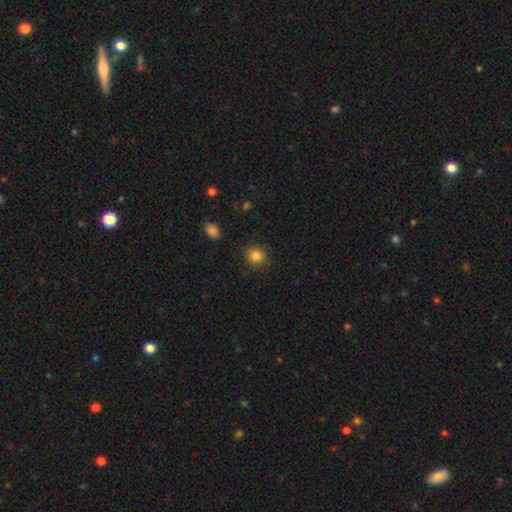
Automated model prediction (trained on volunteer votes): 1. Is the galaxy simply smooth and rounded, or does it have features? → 84% smooth, 11% star or artifact, 5% featured or disk.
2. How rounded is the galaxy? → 87% round, 12% in between, 1% cigar-shaped.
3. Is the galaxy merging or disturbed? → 88% none, 8% minor disturbance, 2% major disturbance, 1% merger.